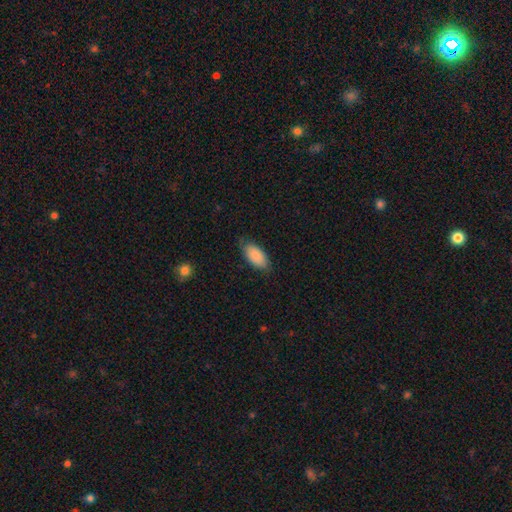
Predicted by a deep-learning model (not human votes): Smooth or featured? smooth (88%)
How rounded? in between (92%)
Merging? none (74%)